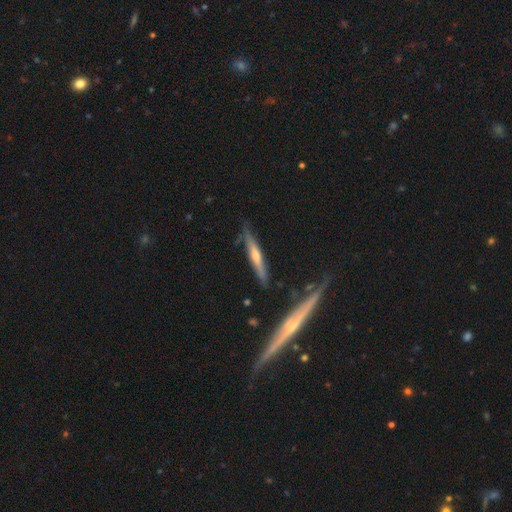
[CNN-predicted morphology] This is likely a featured or disk galaxy (63%). It is clearly viewed edge-on (93%). Edge-on bulge: likely rounded (73%). Merging: likely none (80%).